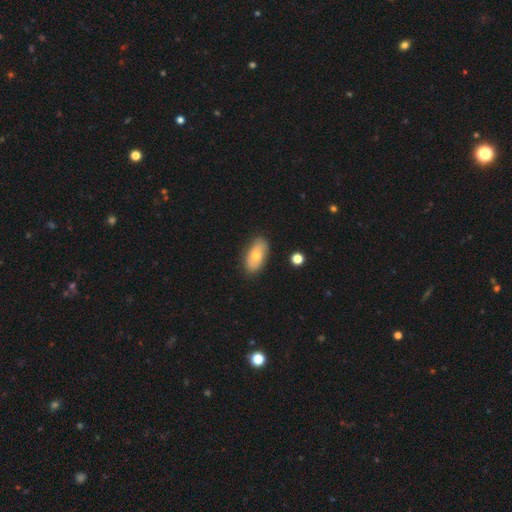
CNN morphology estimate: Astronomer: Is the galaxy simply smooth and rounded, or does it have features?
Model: smooth — 65%.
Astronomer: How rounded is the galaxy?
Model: in between — 92%.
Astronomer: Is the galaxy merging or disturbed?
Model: none — 83%.